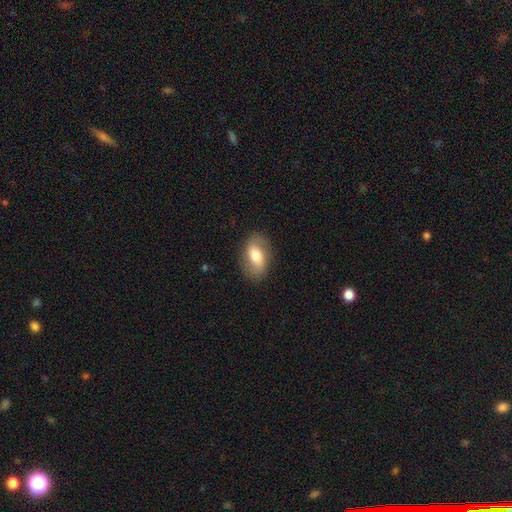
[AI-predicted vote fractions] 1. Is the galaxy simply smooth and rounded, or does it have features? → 48% smooth, 45% featured or disk, 7% star or artifact.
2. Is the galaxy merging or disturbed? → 82% none, 13% minor disturbance, 4% major disturbance, 1% merger.